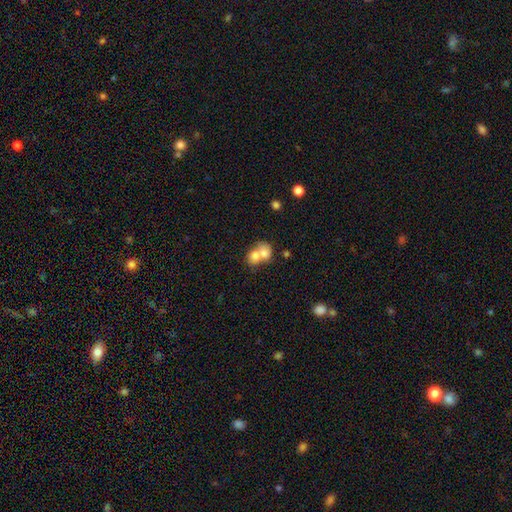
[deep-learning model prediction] The model was most divided on "how rounded": round: 58%, in between: 41%, cigar-shaped: 1%. More confident: merging — merger (74%); smooth or featured — smooth (72%).